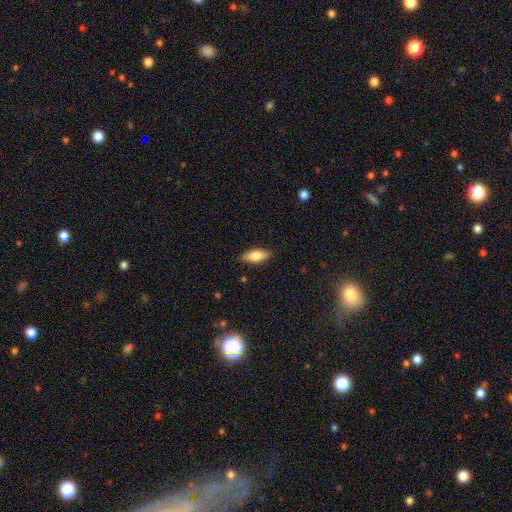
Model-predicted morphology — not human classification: This appears to be a smooth galaxy with no disk features (76%) that is in between round and cigar-shaped (77%). Merging: none (85%).